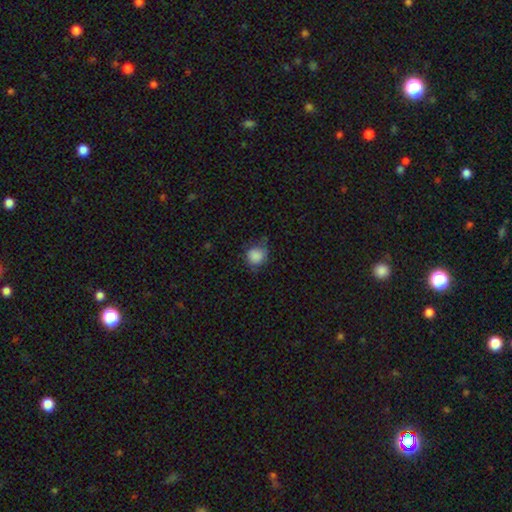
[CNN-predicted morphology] type=smooth (86%); roundness=round (83%); merging=none (66%).